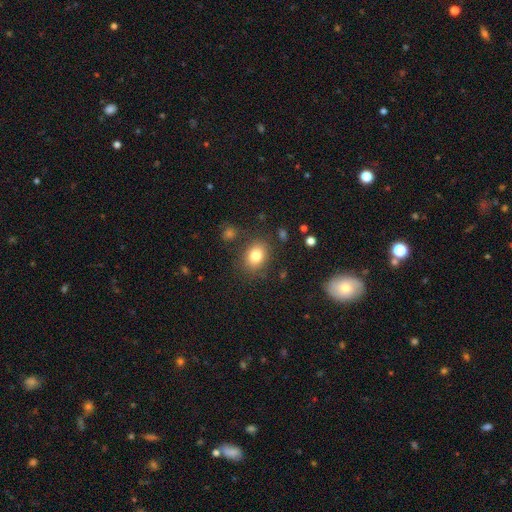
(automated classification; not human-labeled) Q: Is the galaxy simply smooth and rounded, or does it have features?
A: smooth — 81%.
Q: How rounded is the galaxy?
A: in between — 61%.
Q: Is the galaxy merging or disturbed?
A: none — 81%.